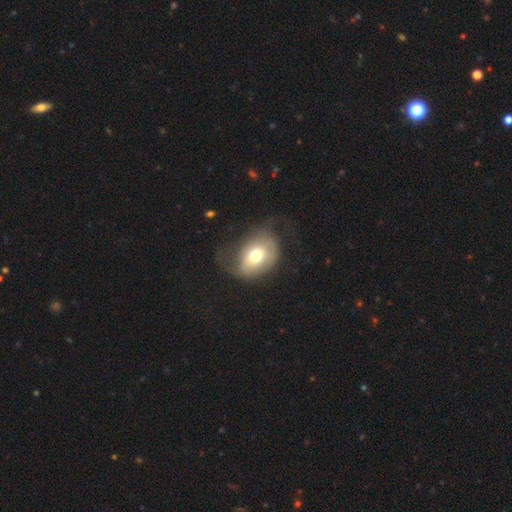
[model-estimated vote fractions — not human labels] smooth 62%, featured or disk 30%, star or artifact 8%. Down the decision tree: how rounded — in between (63%); merging — none (38%).